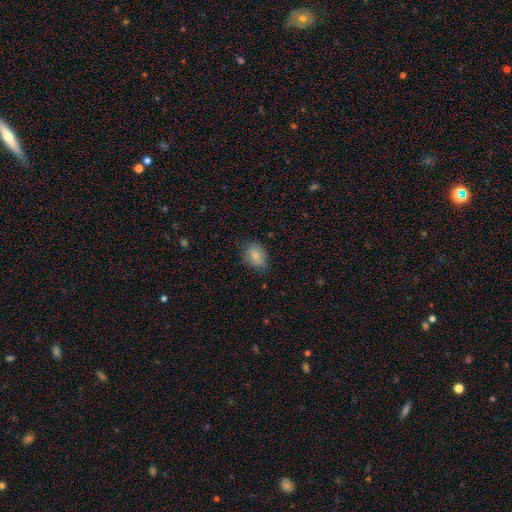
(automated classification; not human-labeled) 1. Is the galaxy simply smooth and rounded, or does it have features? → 80% smooth, 11% featured or disk, 8% star or artifact.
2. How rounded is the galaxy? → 75% in between, 23% round, 2% cigar-shaped.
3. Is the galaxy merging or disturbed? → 67% none, 26% minor disturbance, 6% major disturbance, 1% merger.